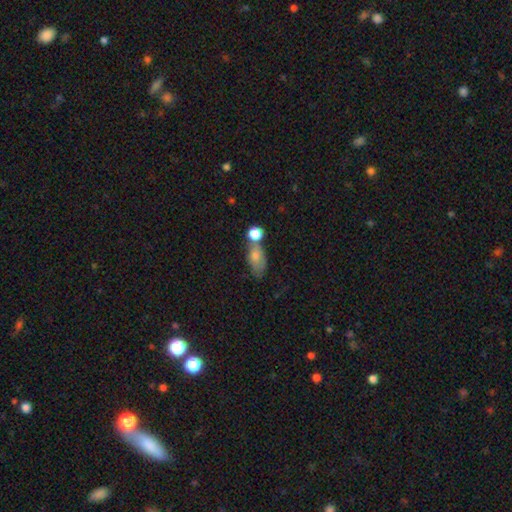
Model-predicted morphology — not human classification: A smooth galaxy with no disk features (75%) that is in between round and cigar-shaped (79%).

Vote fractions:
- Smooth or featured? smooth: 75% / featured or disk: 15% / star or artifact: 10%
- How rounded? in between: 79% / round: 15% / cigar-shaped: 6%
- Merging? none: 36% / merger: 34% / minor disturbance: 19% / major disturbance: 11%